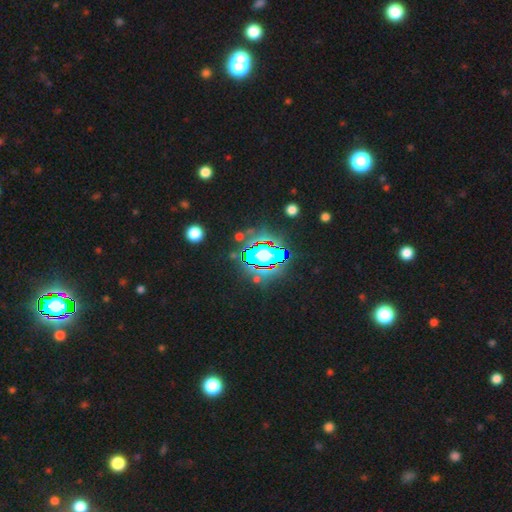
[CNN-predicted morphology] smooth-or-featured: star or artifact: 83% | smooth: 10% | featured or disk: 7%